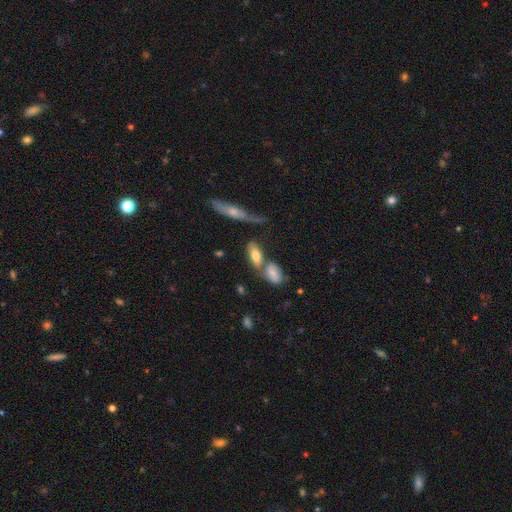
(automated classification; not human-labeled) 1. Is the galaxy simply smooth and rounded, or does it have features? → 67% smooth, 25% featured or disk, 8% star or artifact.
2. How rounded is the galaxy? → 80% in between, 15% cigar-shaped, 5% round.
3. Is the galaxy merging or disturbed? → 45% none, 36% merger, 13% minor disturbance, 6% major disturbance.